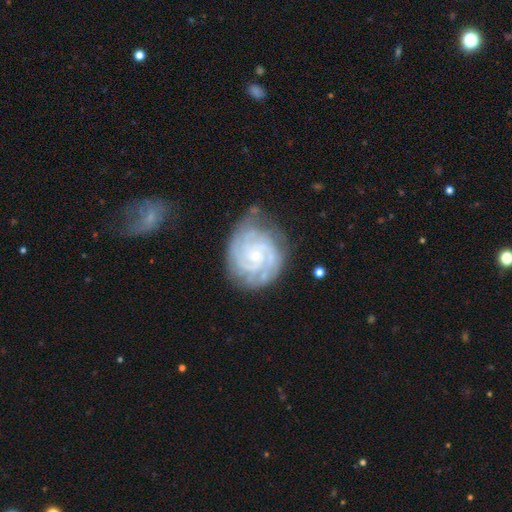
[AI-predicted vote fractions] The model was most divided on "spiral arm count": 3: 30%, 2: 26%, 4: 16%, can't tell: 15%, more than 4: 6%, 1: 6%. More confident: spiral arms — yes (98%); edge-on disk — no (98%); smooth or featured — featured or disk (90%); bulge size — small (83%); spiral winding — tight (76%); merging — none (73%); bar — no (72%).